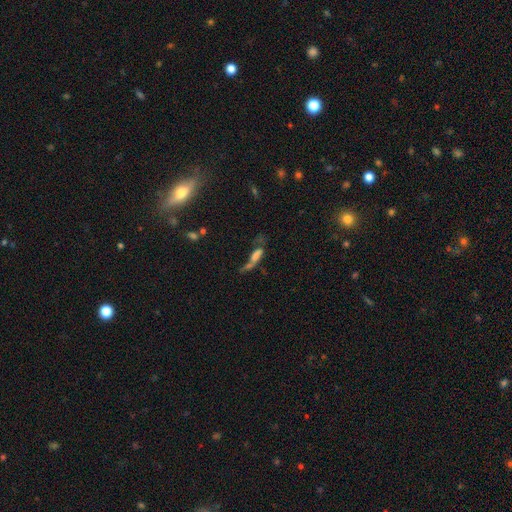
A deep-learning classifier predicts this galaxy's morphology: Q: Smooth or featured?
A: smooth (43%); runner-up: featured or disk (36%)
Q: Merging?
A: major disturbance (32%); runner-up: none (27%)